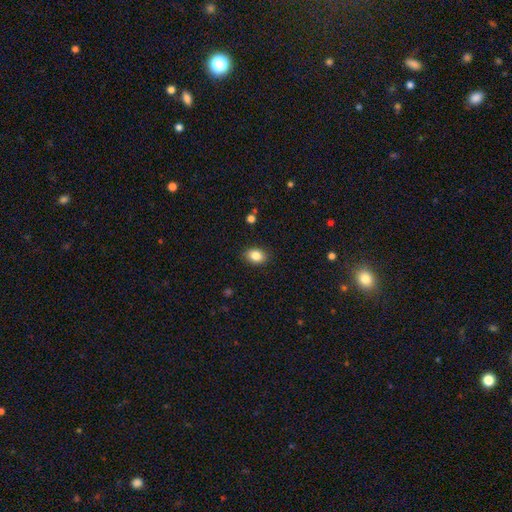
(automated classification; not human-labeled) Smooth or featured? smooth (86%)
How rounded? in between (72%)
Merging? none (88%)